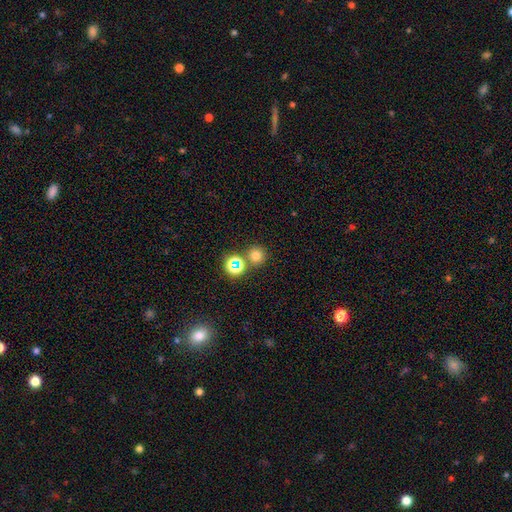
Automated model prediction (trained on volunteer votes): A smooth galaxy with no disk features (72%) that is round (93%).

Vote fractions:
- Smooth or featured? smooth: 72% / star or artifact: 22% / featured or disk: 6%
- How rounded? round: 93% / in between: 6% / cigar-shaped: 1%
- Merging? none: 78% / merger: 14% / minor disturbance: 6% / major disturbance: 3%